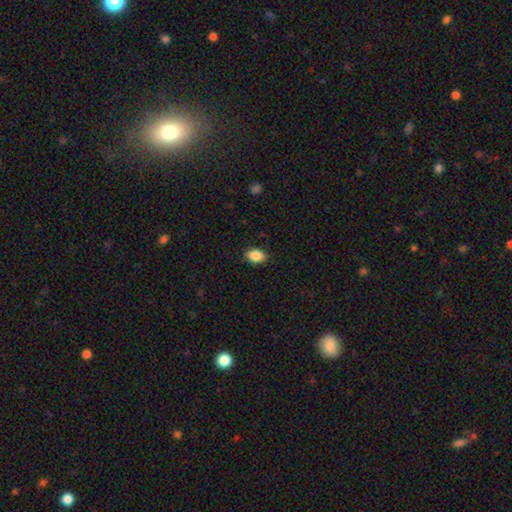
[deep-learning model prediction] A smooth galaxy with no disk features (87%) that is in between round and cigar-shaped (83%).

Vote fractions:
- Smooth or featured? smooth: 87% / star or artifact: 8% / featured or disk: 5%
- How rounded? in between: 83% / round: 16% / cigar-shaped: 1%
- Merging? none: 87% / minor disturbance: 10% / major disturbance: 2% / merger: 1%